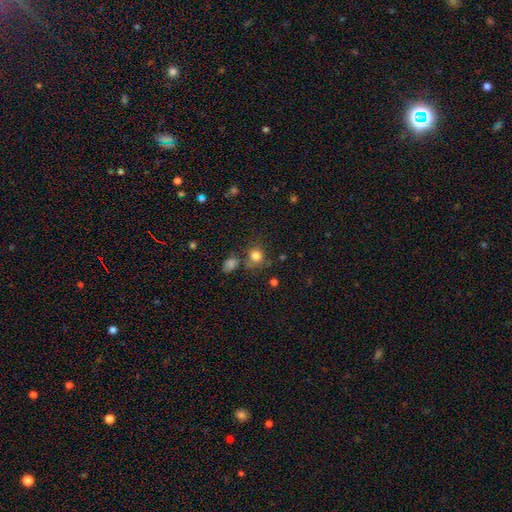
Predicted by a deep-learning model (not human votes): This is clearly a smooth galaxy (80%). How rounded: likely round (79%). Merging: likely none (68%).